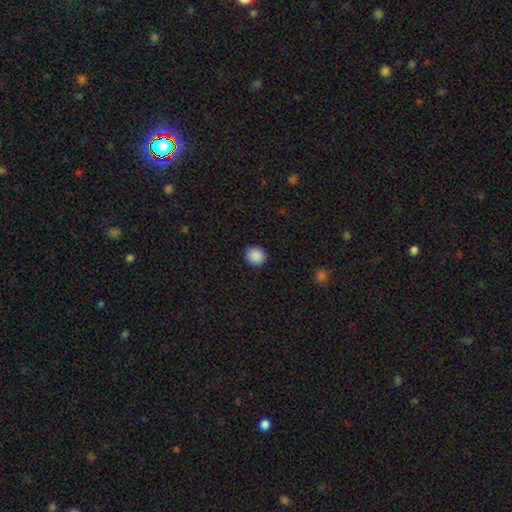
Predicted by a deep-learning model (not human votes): Smooth or featured: smooth — 89% (star or artifact — 8%)
How rounded: round — 91% (in between — 8%)
Merging: none — 92% (minor disturbance — 5%)